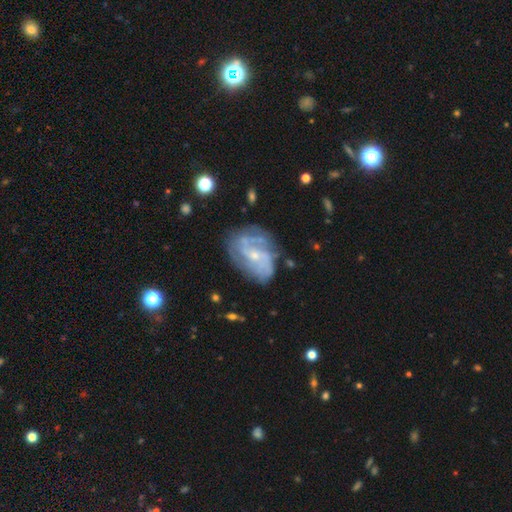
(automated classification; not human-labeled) featured or disk 81%, smooth 12%, star or artifact 7%. Down the decision tree: edge-on disk — no (97%); bar — no (54%); spiral arms — yes (89%); spiral arm count — 2 (37%); spiral winding — medium (44%); bulge size — small (72%); merging — none (63%).